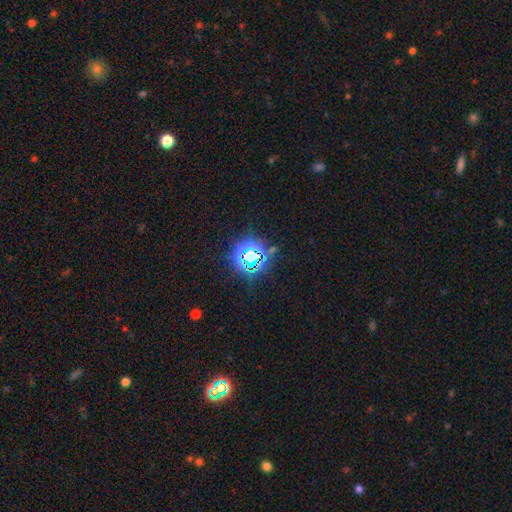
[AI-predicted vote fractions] The model was most divided on "smooth or featured": star or artifact: 78%, smooth: 14%, featured or disk: 8%.